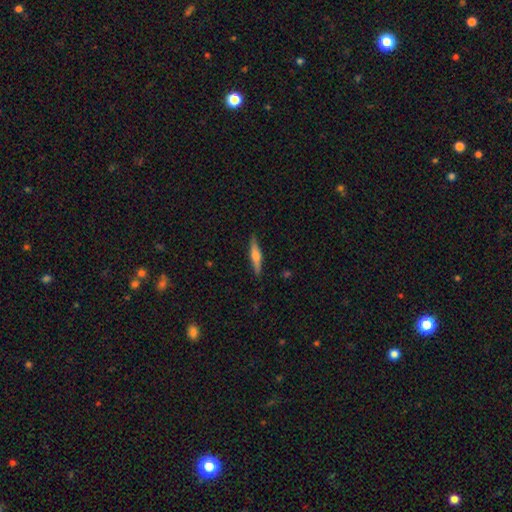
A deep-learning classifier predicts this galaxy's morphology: The model was most divided on "smooth or featured": featured or disk: 51%, smooth: 43%, star or artifact: 6%. More confident: edge-on disk — yes (95%); merging — none (88%).